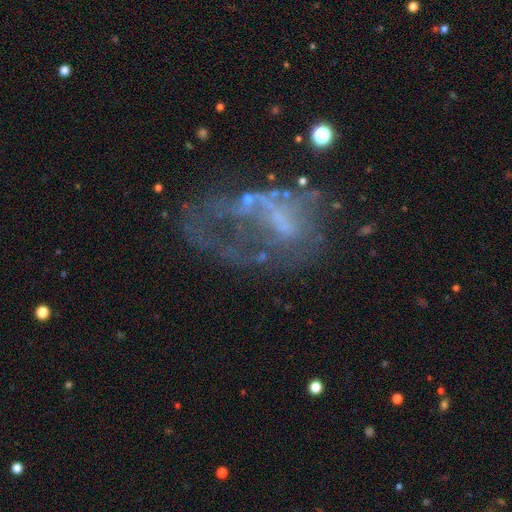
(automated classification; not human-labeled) The model was most divided on "merging": major disturbance: 50%, none: 27%, minor disturbance: 15%, merger: 9%. More confident: edge-on disk — no (97%); bar — no (74%); spiral arms — no (73%); bulge size — none (63%); smooth or featured — featured or disk (63%).